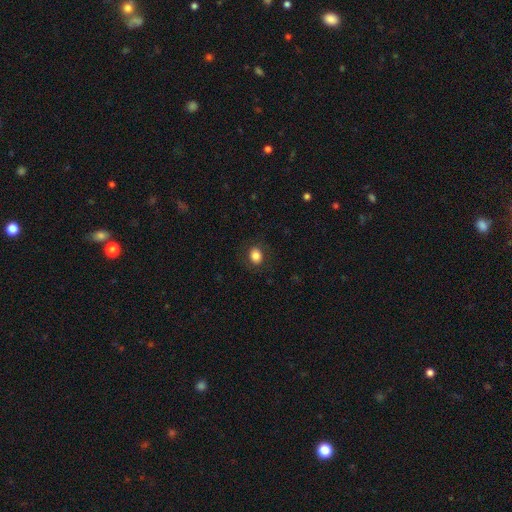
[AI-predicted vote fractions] Smooth or featured?
  - smooth: 84% *
  - star or artifact: 10%
  - featured or disk: 7%
How rounded?
  - round: 55% *
  - in between: 44%
  - cigar-shaped: 1%
Merging?
  - none: 86% *
  - minor disturbance: 9%
  - major disturbance: 4%
  - merger: 1%